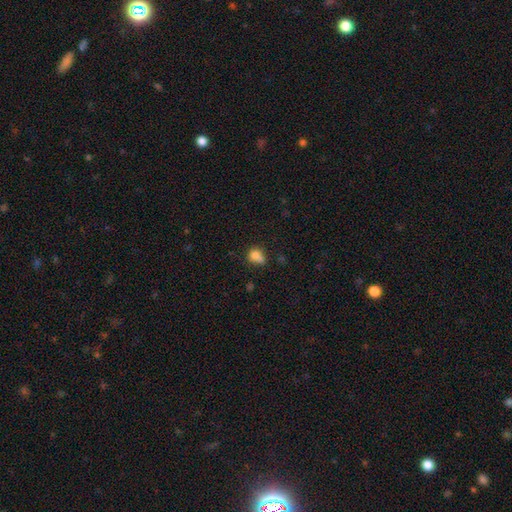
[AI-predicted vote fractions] This appears to be a smooth galaxy with no disk features (79%) that is round (53%). Merging: none (41%).